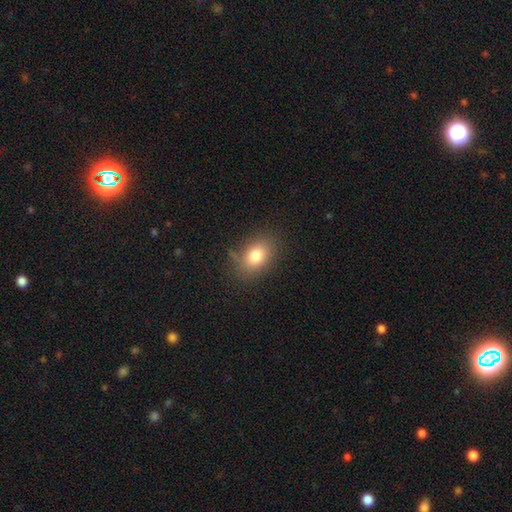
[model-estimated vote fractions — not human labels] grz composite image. It shows a smooth galaxy with no disk features (78%) that is in between round and cigar-shaped (73%). Merging: none (75%).